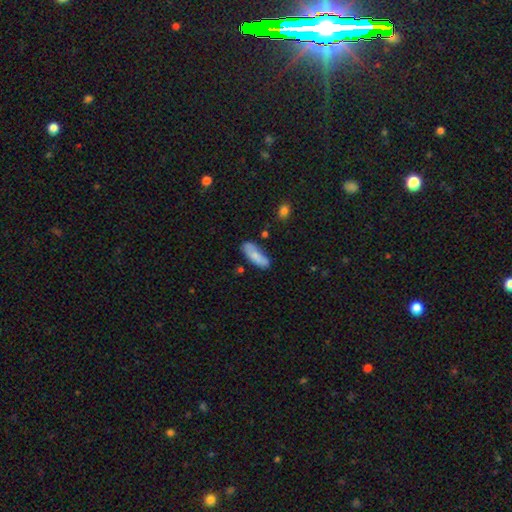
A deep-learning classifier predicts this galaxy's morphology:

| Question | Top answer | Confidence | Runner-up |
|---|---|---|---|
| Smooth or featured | smooth | 77% | featured or disk (17%) |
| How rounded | in between | 64% | cigar-shaped (33%) |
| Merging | none | 68% | minor disturbance (22%) |